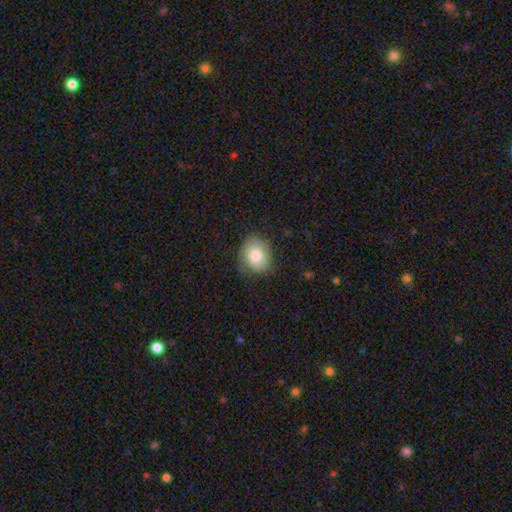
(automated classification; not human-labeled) The model was most divided on "how rounded": round: 56%, in between: 44%, cigar-shaped: 1%. More confident: smooth or featured — smooth (81%); merging — none (71%).